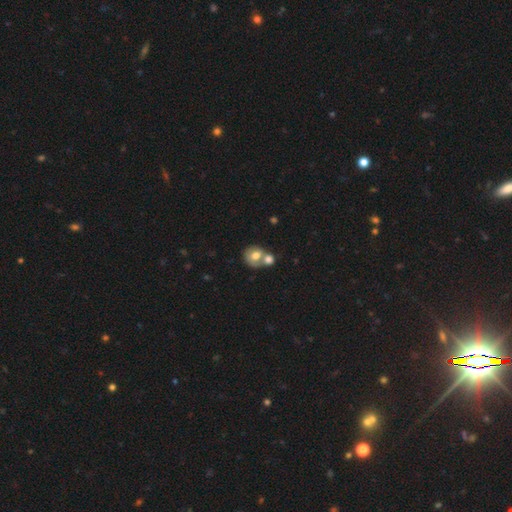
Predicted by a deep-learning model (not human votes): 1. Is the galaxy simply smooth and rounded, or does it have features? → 70% smooth, 22% featured or disk, 8% star or artifact.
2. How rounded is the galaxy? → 71% round, 28% in between, 1% cigar-shaped.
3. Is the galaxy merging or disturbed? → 60% merger, 28% none, 9% minor disturbance, 4% major disturbance.